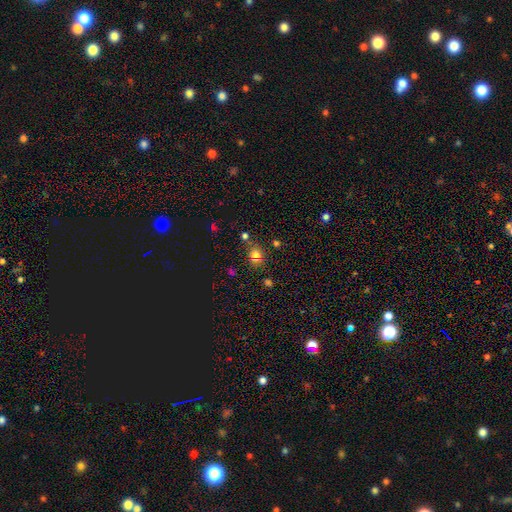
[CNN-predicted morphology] Smooth or featured? smooth (68%)
How rounded? round (71%)
Merging? none (69%)